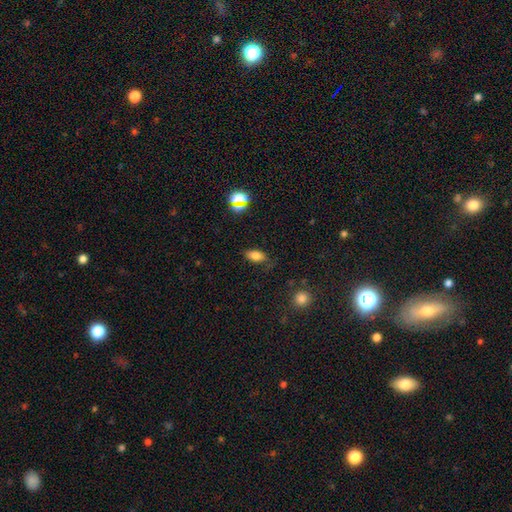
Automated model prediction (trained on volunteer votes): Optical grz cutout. It shows a smooth galaxy with no disk features (77%) that is in between round and cigar-shaped (87%). Merging: none (71%).